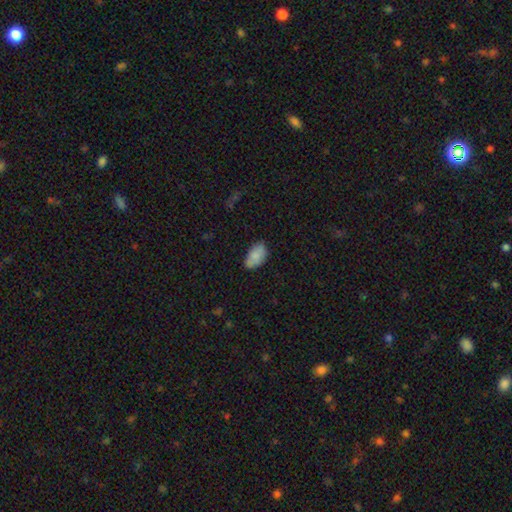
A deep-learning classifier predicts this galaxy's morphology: Smooth or featured?
  - smooth: 82% *
  - featured or disk: 11%
  - star or artifact: 7%
How rounded?
  - in between: 93% *
  - round: 5%
  - cigar-shaped: 2%
Merging?
  - none: 70% *
  - minor disturbance: 23%
  - major disturbance: 5%
  - merger: 3%